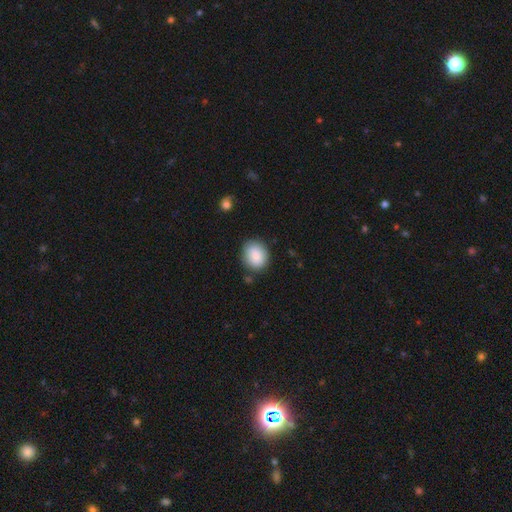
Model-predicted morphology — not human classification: Overall: smooth (87%). How rounded: round (59%; in between 40%). Merging: none (80%).